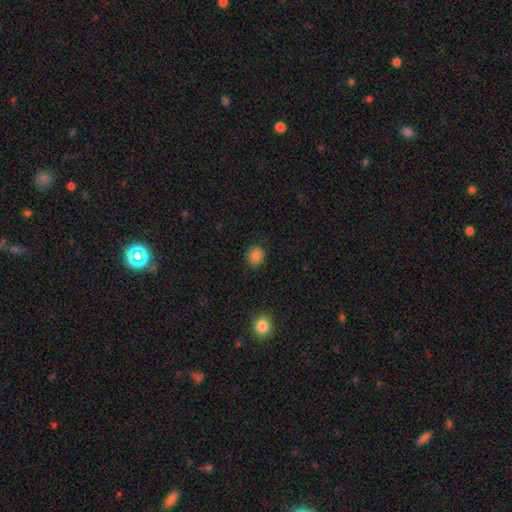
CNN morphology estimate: Smooth or featured? Predicted: smooth (p=0.85). How rounded? Predicted: round (p=0.86). Merging? Predicted: none (p=0.89).